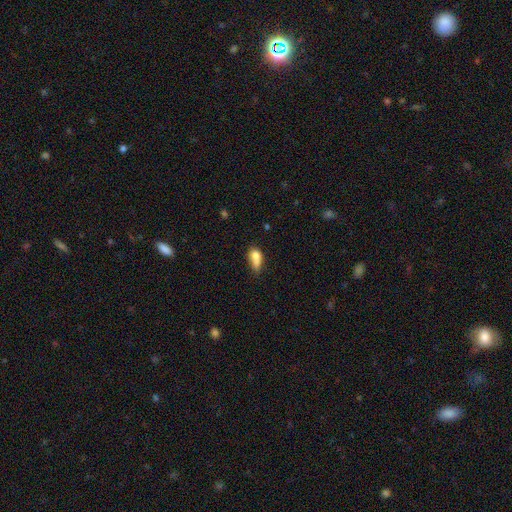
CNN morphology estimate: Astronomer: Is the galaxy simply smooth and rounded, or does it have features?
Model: smooth — 75%.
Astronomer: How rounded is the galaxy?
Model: in between — 77%.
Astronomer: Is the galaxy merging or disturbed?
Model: minor disturbance — 32% (runner-up: none, 30%).